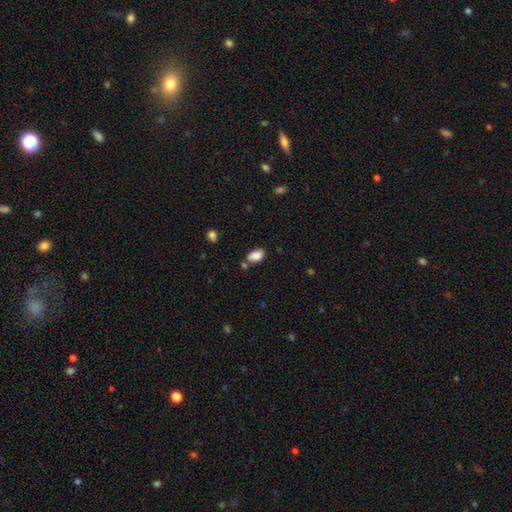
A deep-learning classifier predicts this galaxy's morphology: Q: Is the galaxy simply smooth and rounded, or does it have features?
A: smooth — 86%.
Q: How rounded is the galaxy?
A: in between — 91%.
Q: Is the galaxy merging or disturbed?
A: none — 64%.